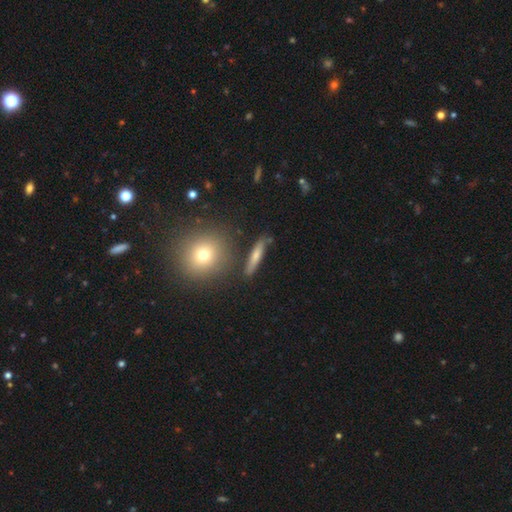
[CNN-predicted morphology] The model was most divided on "smooth or featured": smooth: 64%, featured or disk: 27%, star or artifact: 9%. More confident: merging — none (82%); how rounded — cigar-shaped (79%).